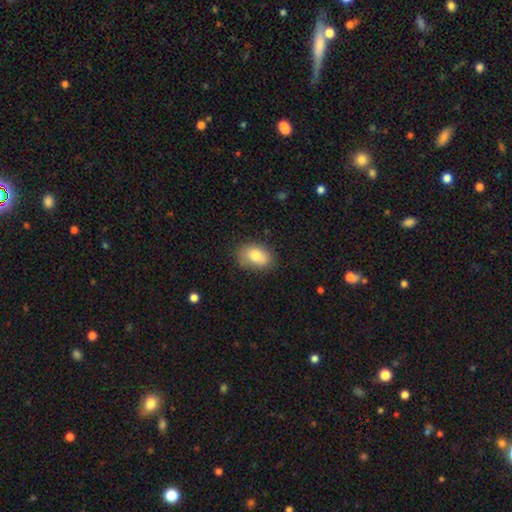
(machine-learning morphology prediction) This is likely a smooth galaxy (78%). How rounded: clearly in between (81%). Merging: likely none (78%).